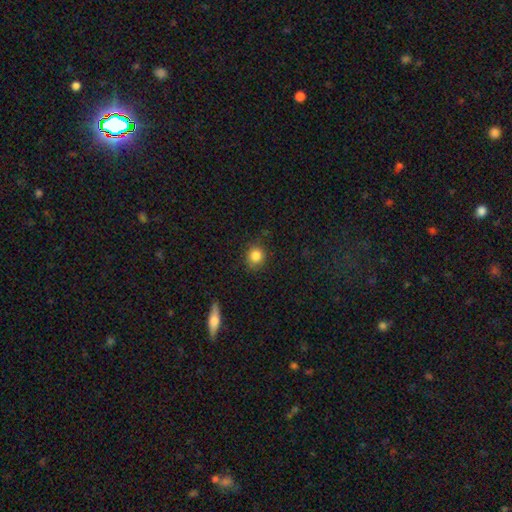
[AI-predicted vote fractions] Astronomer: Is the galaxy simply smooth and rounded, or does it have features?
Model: smooth — 84%.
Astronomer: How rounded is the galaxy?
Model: round — 83%.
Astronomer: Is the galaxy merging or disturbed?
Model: none — 84%.